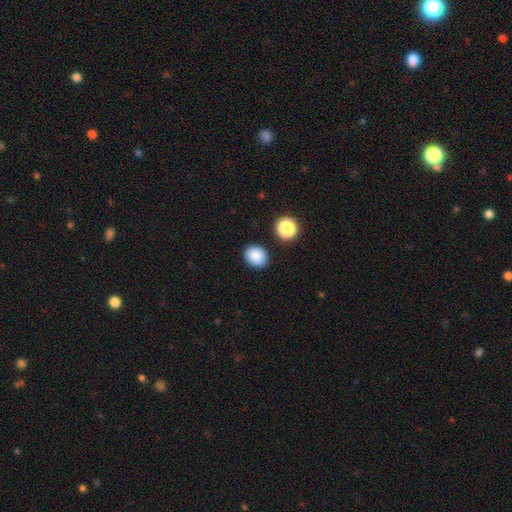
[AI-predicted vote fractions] Smooth or featured?
  - smooth: 86% *
  - star or artifact: 10%
  - featured or disk: 4%
How rounded?
  - round: 54% *
  - in between: 46%
  - cigar-shaped: 1%
Merging?
  - none: 87% *
  - minor disturbance: 8%
  - merger: 3%
  - major disturbance: 2%